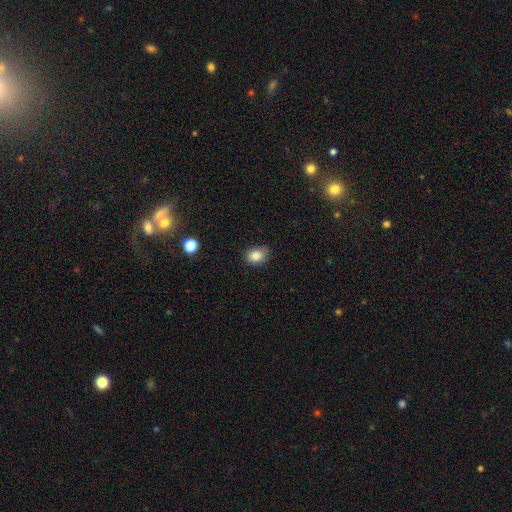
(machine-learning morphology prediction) Q: Smooth or featured?
A: smooth (84%); runner-up: star or artifact (10%)
Q: How rounded?
A: in between (61%); runner-up: round (38%)
Q: Merging?
A: none (73%); runner-up: minor disturbance (22%)